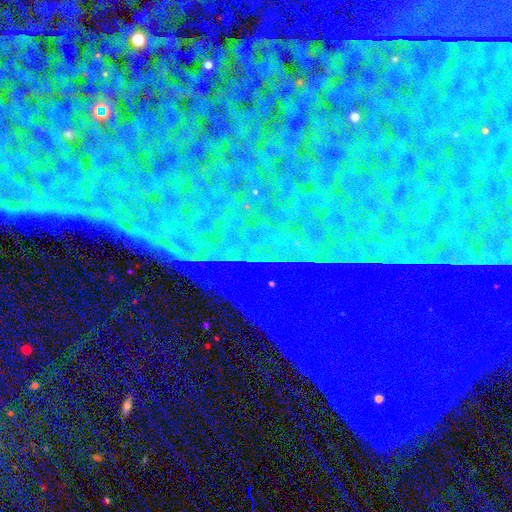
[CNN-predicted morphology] Smooth or featured: star or artifact — 87% (featured or disk — 7%)